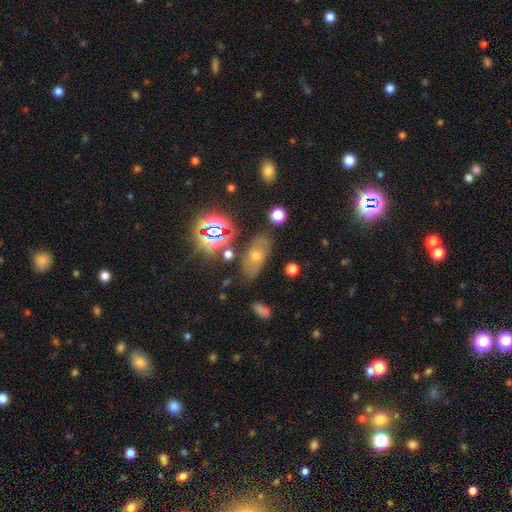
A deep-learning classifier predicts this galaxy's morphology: Smooth or featured? smooth (44%)
Merging? none (77%)